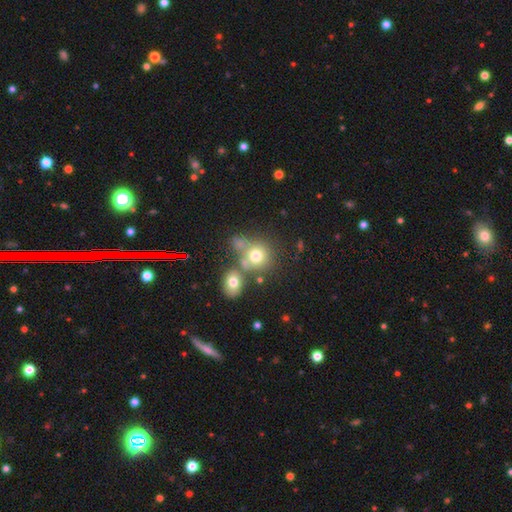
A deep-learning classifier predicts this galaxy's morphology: The model was most divided on "merging": none: 47%, merger: 35%, minor disturbance: 11%, major disturbance: 7%. More confident: how rounded — round (78%); smooth or featured — smooth (71%).